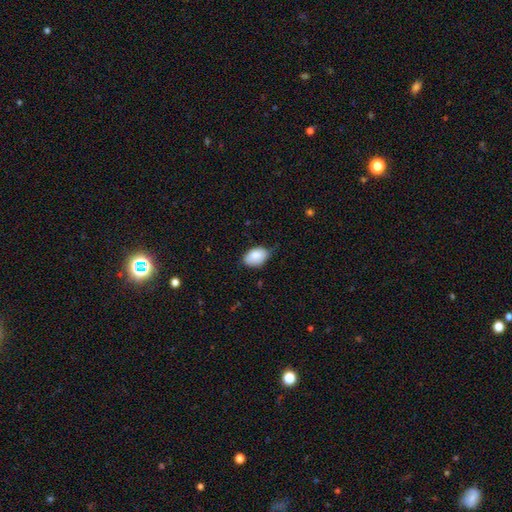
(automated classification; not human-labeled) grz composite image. It shows a smooth galaxy with no disk features (85%) that is in between round and cigar-shaped (88%). Merging: none (60%).